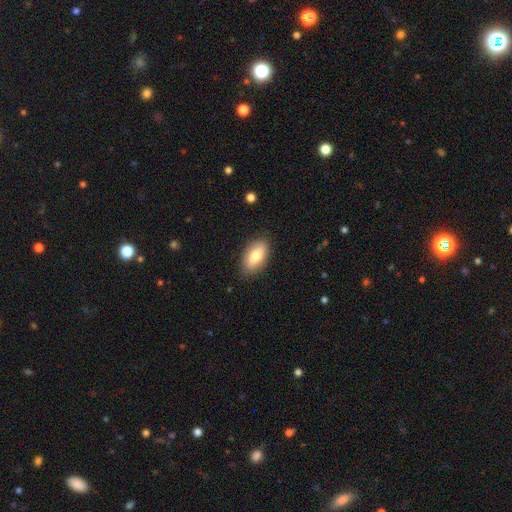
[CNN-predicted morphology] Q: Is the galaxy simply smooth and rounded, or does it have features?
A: smooth — 72%.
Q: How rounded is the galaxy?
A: in between — 90%.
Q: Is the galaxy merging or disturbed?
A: none — 85%.